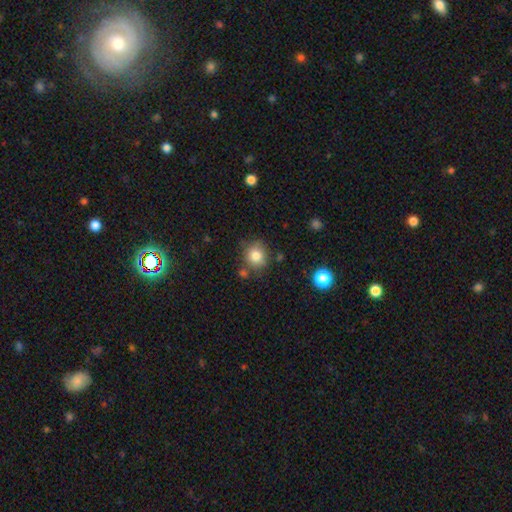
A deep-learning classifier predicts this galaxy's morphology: This appears to be a smooth galaxy with no disk features (82%) that is round (82%). Merging: none (75%).